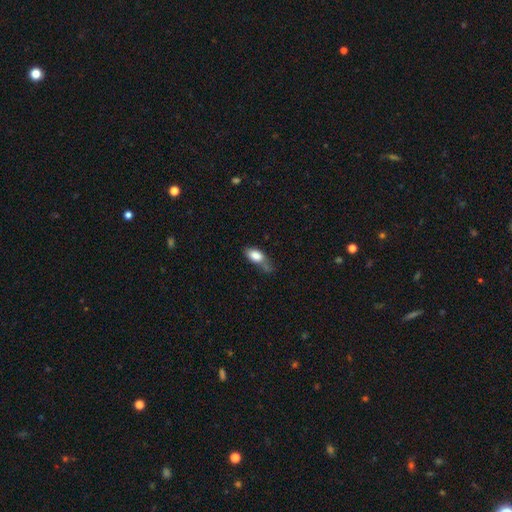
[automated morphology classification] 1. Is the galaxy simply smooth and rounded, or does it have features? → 81% smooth, 11% featured or disk, 8% star or artifact.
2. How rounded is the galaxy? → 87% in between, 7% cigar-shaped, 6% round.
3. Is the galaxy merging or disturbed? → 35% none (tied), 35% minor disturbance (tied), 19% major disturbance, 11% merger.